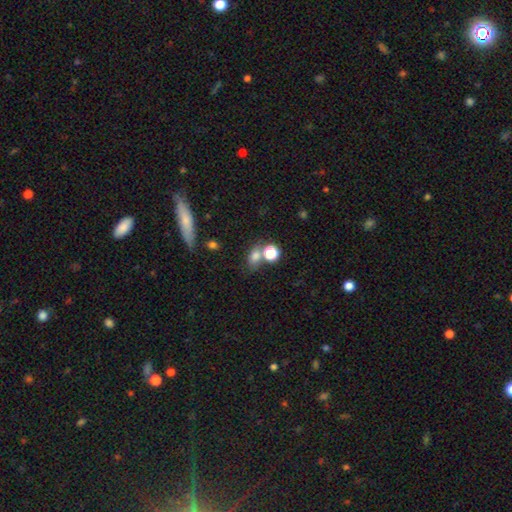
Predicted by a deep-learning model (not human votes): Smooth or featured? smooth (73%)
How rounded? in between (58%)
Merging? none (55%)